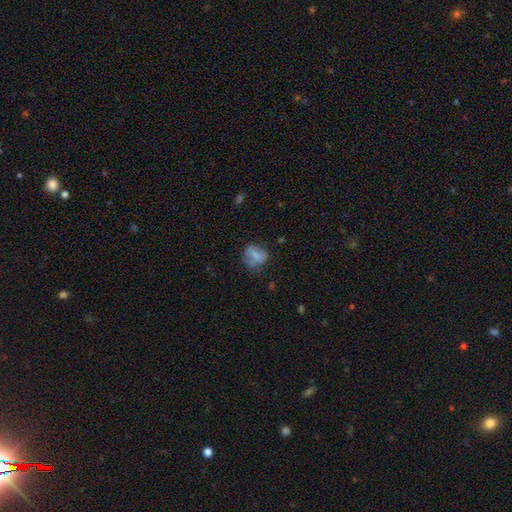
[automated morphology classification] Smooth or featured? smooth (68%)
How rounded? round (63%)
Merging? none (56%)